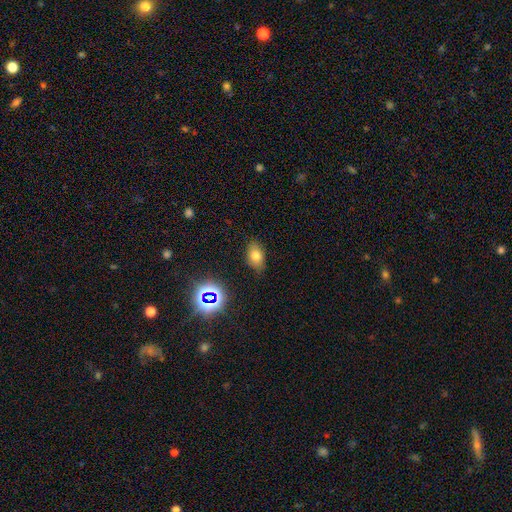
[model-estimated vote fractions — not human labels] Smooth or featured: smooth — 72% (star or artifact — 16%)
How rounded: in between — 84% (round — 14%)
Merging: none — 82% (minor disturbance — 14%)